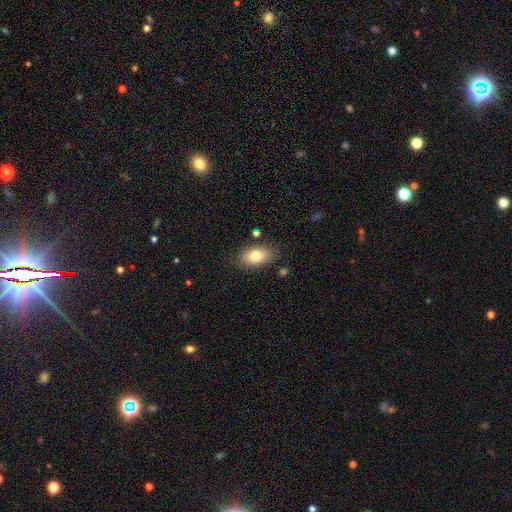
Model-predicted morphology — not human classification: The model was most divided on "merging": none: 81%, minor disturbance: 13%, major disturbance: 3%, merger: 3%. More confident: how rounded — in between (90%); smooth or featured — smooth (80%).